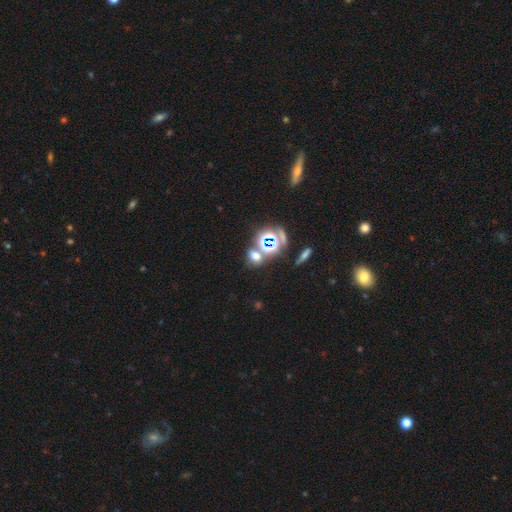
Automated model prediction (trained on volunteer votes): smooth-or-featured: smooth: 48% | star or artifact: 43% | featured or disk: 9%
  merging: none: 63% | merger: 22% | minor disturbance: 10% | major disturbance: 5%